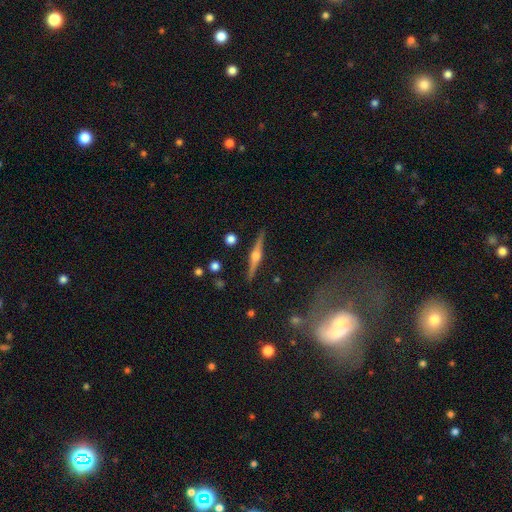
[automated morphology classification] smooth_or_featured: featured or disk (p=0.81) [alt: smooth p=0.13]
disk_edge_on: yes (p=0.98) [alt: no p=0.02]
edge_on_bulge: rounded (p=0.93) [alt: boxy p=0.05]
merging: none (p=0.90) [alt: minor disturbance p=0.07]